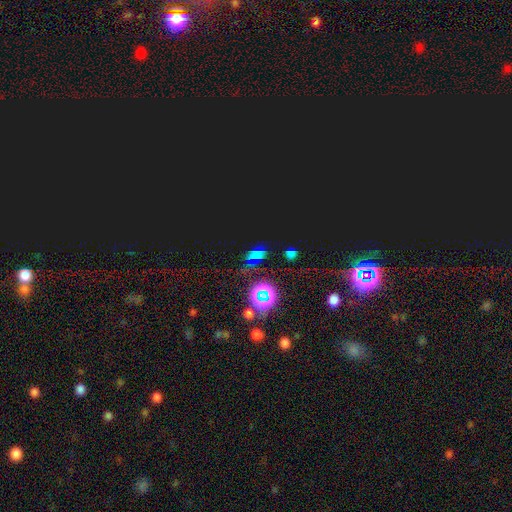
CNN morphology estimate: Smooth or featured? star or artifact (62%)